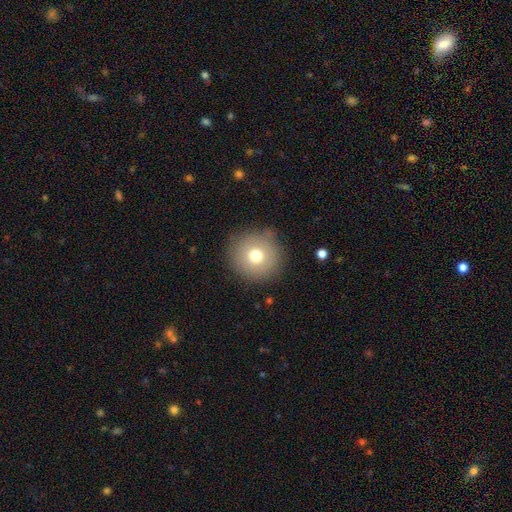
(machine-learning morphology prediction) Overall: smooth (73%). How rounded: round (95%). Merging: none (86%).